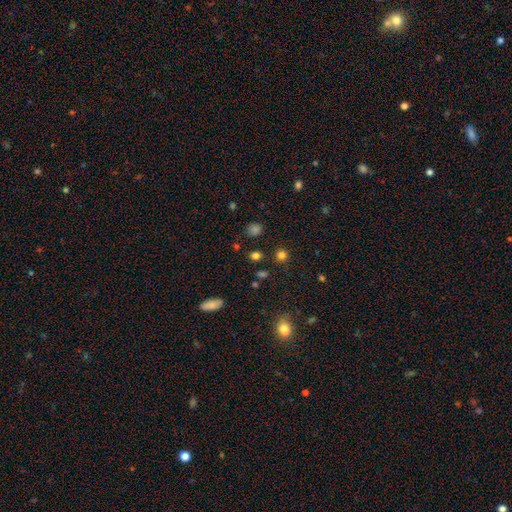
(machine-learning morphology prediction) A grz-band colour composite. It shows a smooth galaxy with no disk features (74%) that is round (70%). Merging: none (83%).